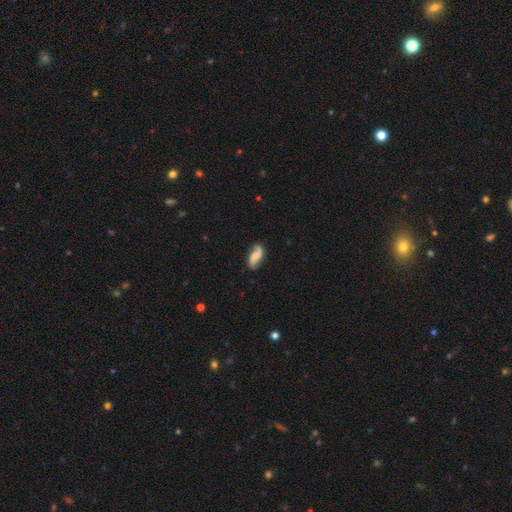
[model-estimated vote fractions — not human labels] featured or disk 58%, smooth 35%, star or artifact 7%. Down the decision tree: edge-on disk — no (94%); bar — no (54%); spiral arms — yes (93%); spiral arm count — 2 (89%); spiral winding — loose (58%); bulge size — small (34%); merging — none (77%).